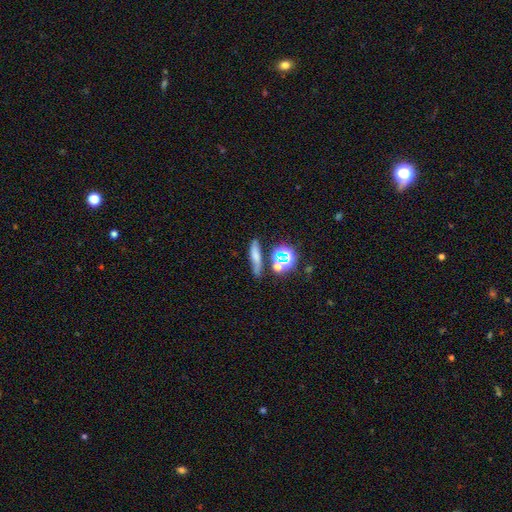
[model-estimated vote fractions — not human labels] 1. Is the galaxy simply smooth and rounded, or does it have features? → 57% smooth, 22% star or artifact, 21% featured or disk.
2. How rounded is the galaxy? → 59% cigar-shaped, 24% in between, 16% round.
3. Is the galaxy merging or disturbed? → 65% none, 17% minor disturbance, 12% merger, 7% major disturbance.